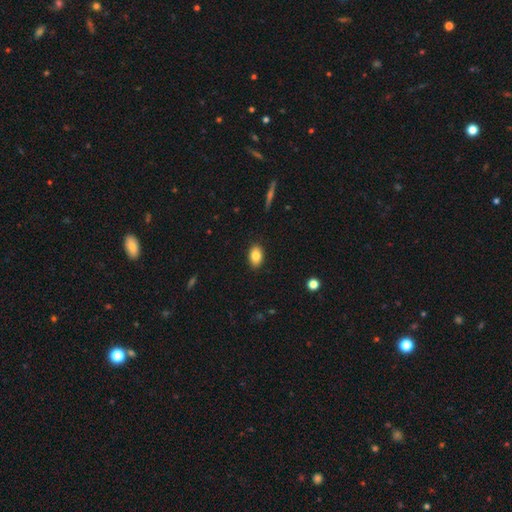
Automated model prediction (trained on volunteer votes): Smooth or featured? smooth (83%)
How rounded? in between (88%)
Merging? none (88%)